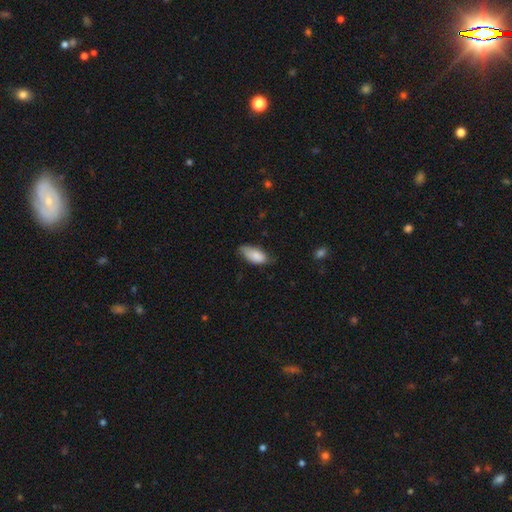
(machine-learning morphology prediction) Smooth or featured: smooth — 82% (featured or disk — 12%)
How rounded: in between — 89% (cigar-shaped — 9%)
Merging: none — 57% (minor disturbance — 36%)